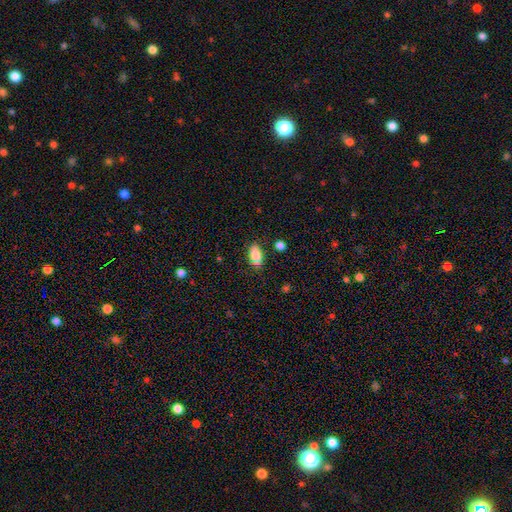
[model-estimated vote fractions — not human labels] Morphology: type=smooth (81%); roundness=in between (86%); merging=none (75%).